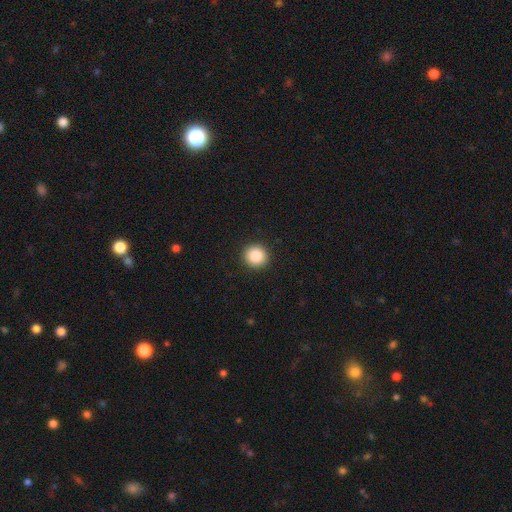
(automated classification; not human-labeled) This appears to be a smooth galaxy with no disk features (86%) that is round (94%). Merging: none (93%).